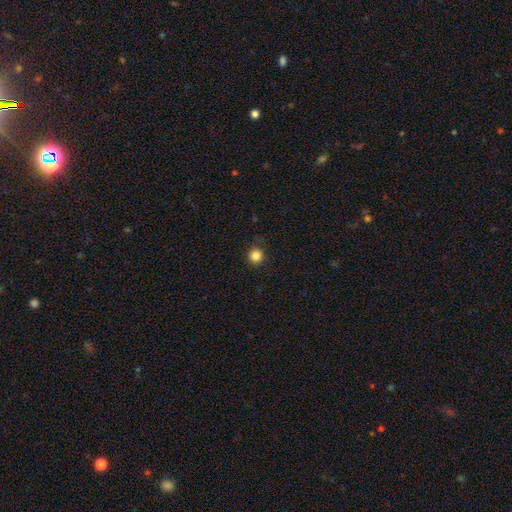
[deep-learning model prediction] This is clearly a smooth galaxy (84%). How rounded: clearly round (93%). Merging: clearly none (88%).